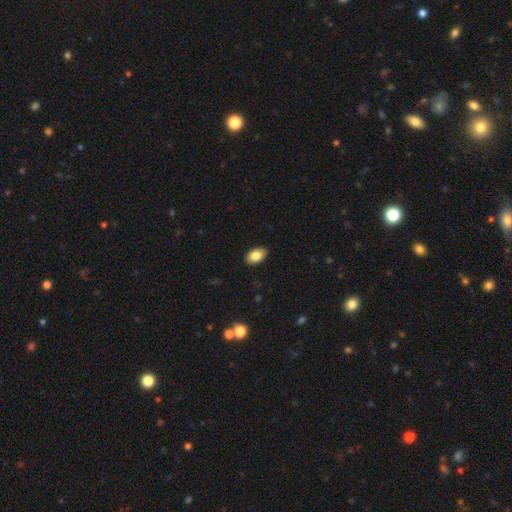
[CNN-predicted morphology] Smooth or featured? smooth (85%)
How rounded? in between (92%)
Merging? none (89%)